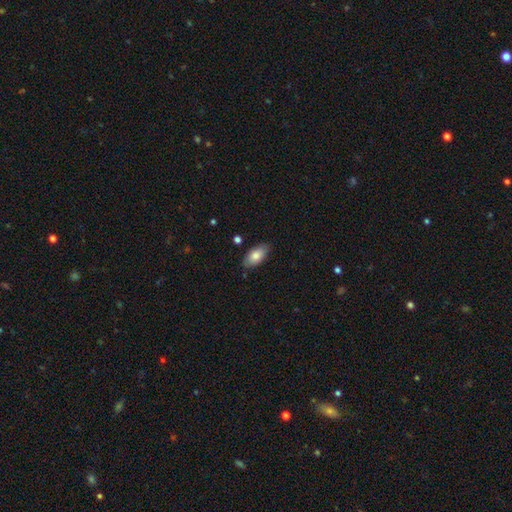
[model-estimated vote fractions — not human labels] This is likely a smooth galaxy (80%). How rounded: clearly in between (92%). Merging: clearly none (82%).